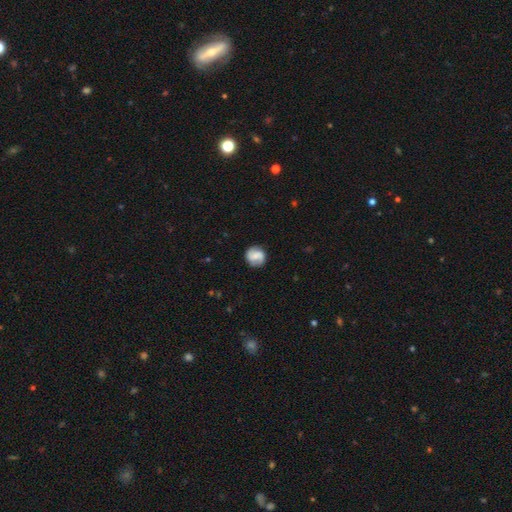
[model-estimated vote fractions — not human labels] The model was most divided on "smooth or featured": featured or disk: 51%, smooth: 41%, star or artifact: 8%. More confident: edge-on disk — no (98%); merging — none (80%).